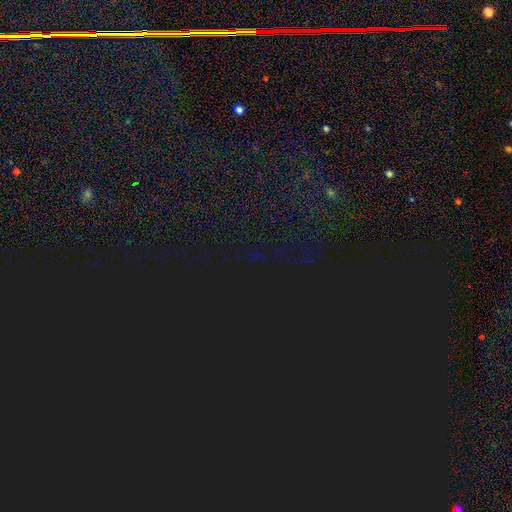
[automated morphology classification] Smooth or featured?
  - star or artifact: 83% *
  - smooth: 11%
  - featured or disk: 6%